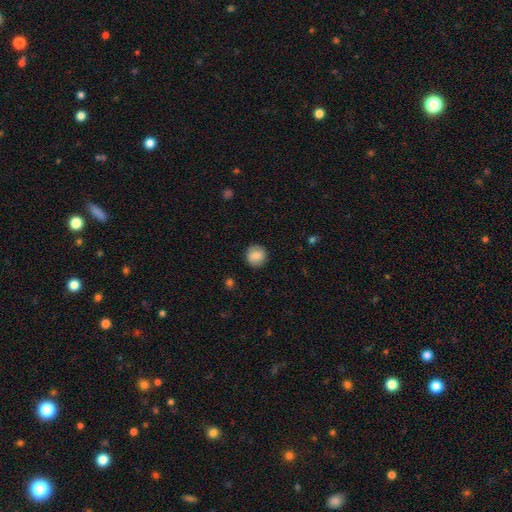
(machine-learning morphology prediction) Smooth or featured?
  - smooth: 83% *
  - featured or disk: 9%
  - star or artifact: 8%
How rounded?
  - round: 92% *
  - in between: 7%
  - cigar-shaped: 1%
Merging?
  - none: 90% *
  - minor disturbance: 7%
  - major disturbance: 2%
  - merger: 1%